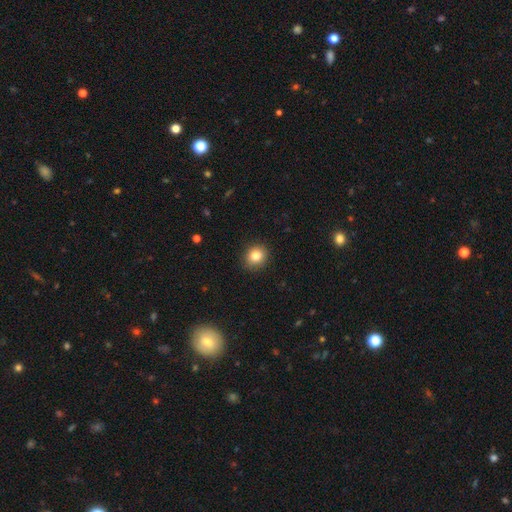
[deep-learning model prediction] Q: Smooth or featured?
A: smooth (83%); runner-up: star or artifact (11%)
Q: How rounded?
A: round (80%); runner-up: in between (19%)
Q: Merging?
A: none (89%); runner-up: minor disturbance (8%)